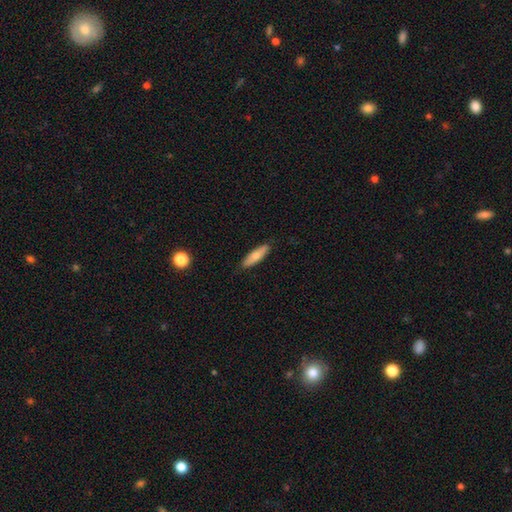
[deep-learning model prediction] smooth_or_featured: smooth (p=0.72) [alt: featured or disk p=0.22]
how_rounded: cigar-shaped (p=0.57) [alt: in between p=0.41]
merging: none (p=0.87) [alt: minor disturbance p=0.10]